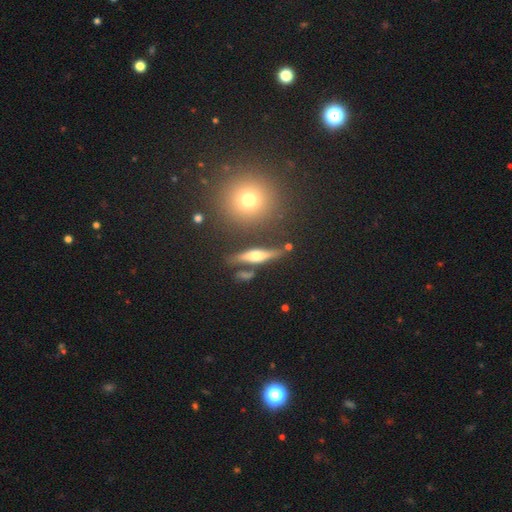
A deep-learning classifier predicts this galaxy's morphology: Smooth or featured? featured or disk (61%)
Edge-on disk? yes (89%)
Edge-on bulge? rounded (90%)
Merging? none (70%)